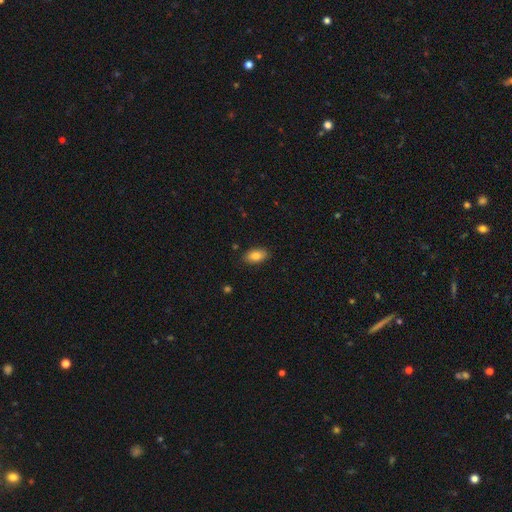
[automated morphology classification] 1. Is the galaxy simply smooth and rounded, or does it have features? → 82% smooth, 10% featured or disk, 8% star or artifact.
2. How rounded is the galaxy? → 91% in between, 6% round, 2% cigar-shaped.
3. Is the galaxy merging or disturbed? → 86% none, 10% minor disturbance, 2% major disturbance, 1% merger.